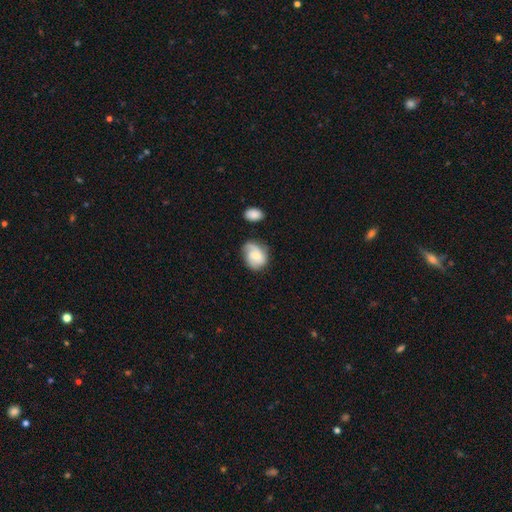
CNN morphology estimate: featured or disk 49%, smooth 43%, star or artifact 7%. Down the decision tree: merging — none (54%).